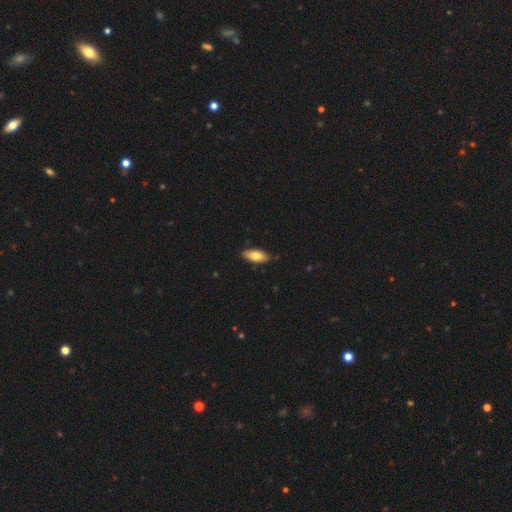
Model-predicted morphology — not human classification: Overall: smooth (76%). How rounded: in between (83%). Merging: none (85%).